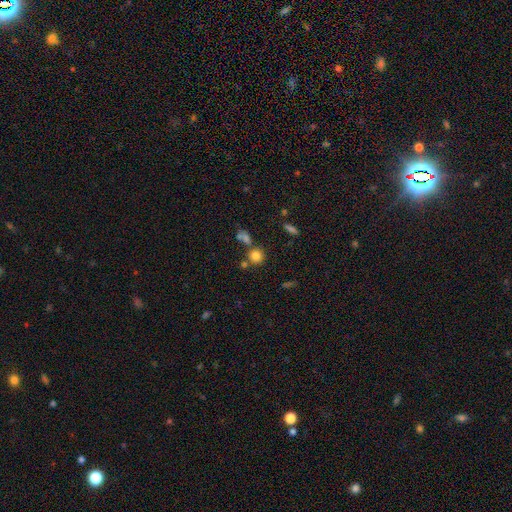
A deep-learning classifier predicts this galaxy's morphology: Q: Smooth or featured?
A: smooth (79%); runner-up: star or artifact (14%)
Q: How rounded?
A: round (89%); runner-up: in between (10%)
Q: Merging?
A: none (67%); runner-up: merger (19%)